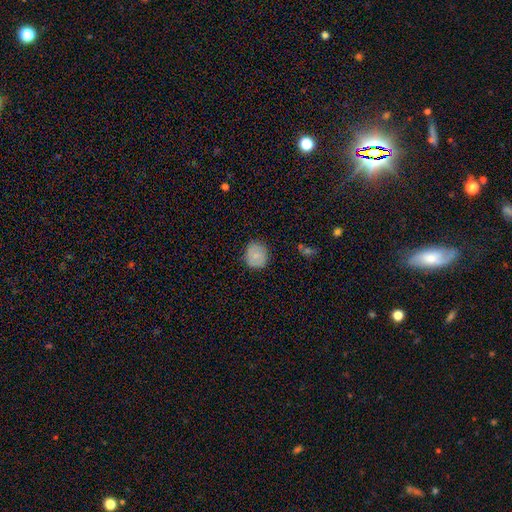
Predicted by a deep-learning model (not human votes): Smooth or featured? smooth (75%)
How rounded? round (83%)
Merging? none (84%)